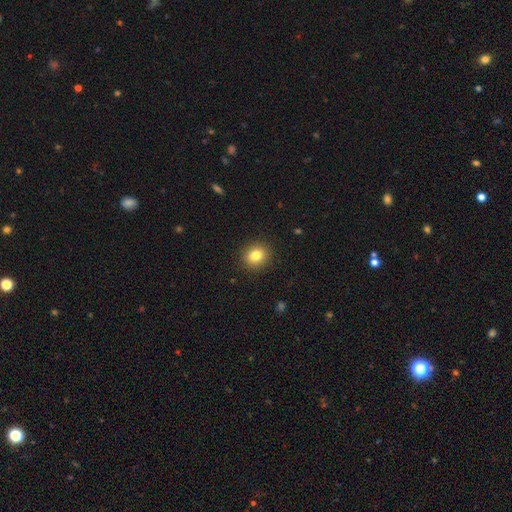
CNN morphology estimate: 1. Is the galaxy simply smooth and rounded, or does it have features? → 82% smooth, 11% star or artifact, 8% featured or disk.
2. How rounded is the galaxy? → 79% round, 20% in between, 1% cigar-shaped.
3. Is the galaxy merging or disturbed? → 91% none, 6% minor disturbance, 2% major disturbance, 1% merger.